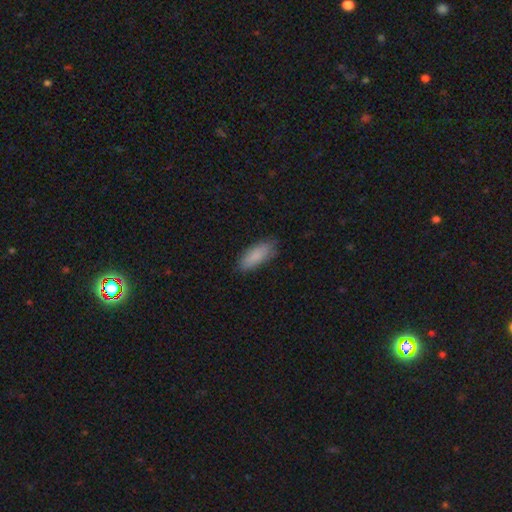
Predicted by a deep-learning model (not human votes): smooth-or-featured: smooth: 86% | featured or disk: 8% | star or artifact: 6%
  how-rounded: in between: 74% | cigar-shaped: 24% | round: 2%
  merging: none: 81% | minor disturbance: 15% | major disturbance: 3% | merger: 1%